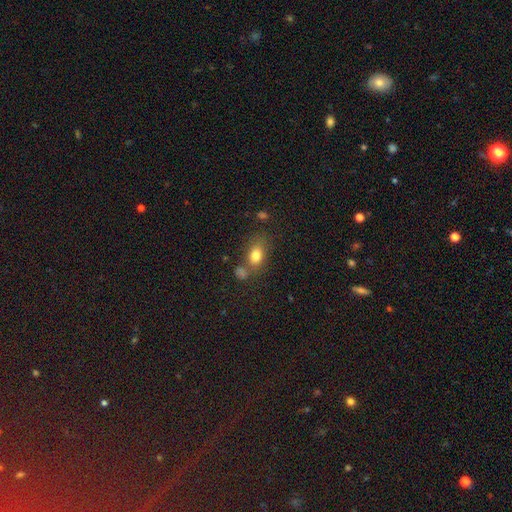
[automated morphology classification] Overall: smooth (78%). How rounded: in between (74%). Merging: none (57%; minor disturbance 18%).